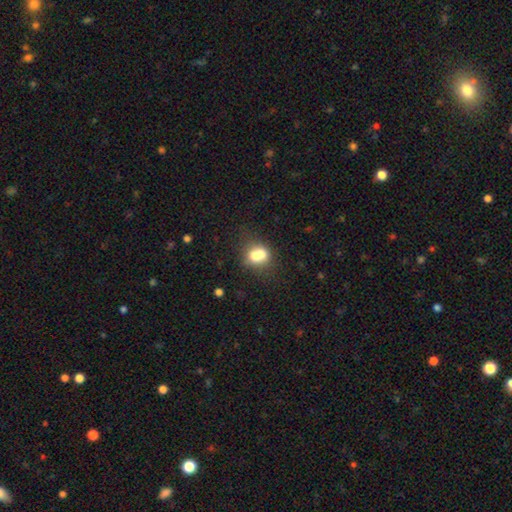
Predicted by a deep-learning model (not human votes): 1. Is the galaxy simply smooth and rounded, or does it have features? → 70% smooth, 19% featured or disk, 11% star or artifact.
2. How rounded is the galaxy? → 54% round, 45% in between, 2% cigar-shaped.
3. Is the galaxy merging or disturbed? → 44% merger, 37% none, 13% minor disturbance, 6% major disturbance.